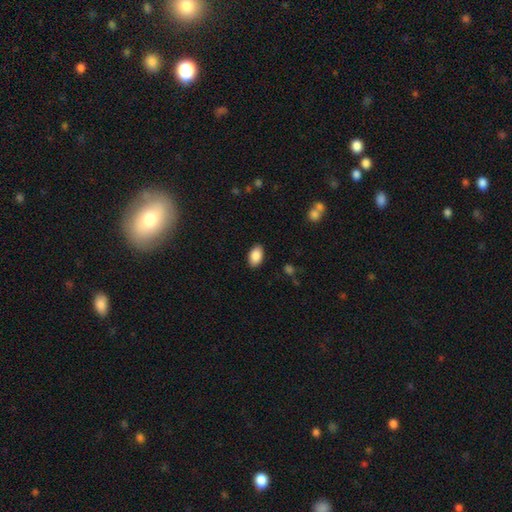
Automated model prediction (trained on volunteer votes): Smooth or featured? smooth (88%)
How rounded? in between (92%)
Merging? none (88%)